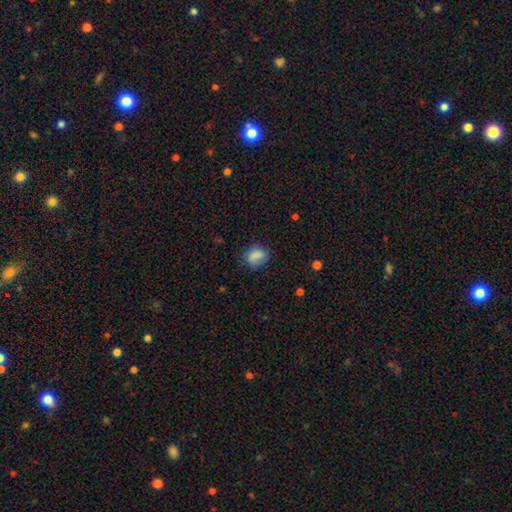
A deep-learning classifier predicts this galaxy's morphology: Overall: smooth (83%). How rounded: round (52%; in between 47%). Merging: none (74%).